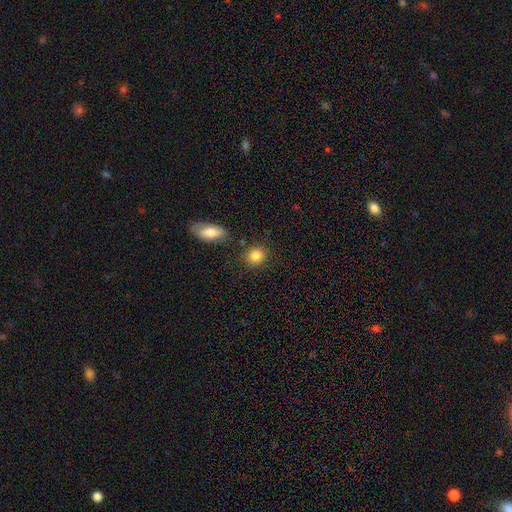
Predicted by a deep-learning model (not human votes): The model was most divided on "how rounded": round: 76%, in between: 22%, cigar-shaped: 2%. More confident: smooth or featured — smooth (84%); merging — none (79%).